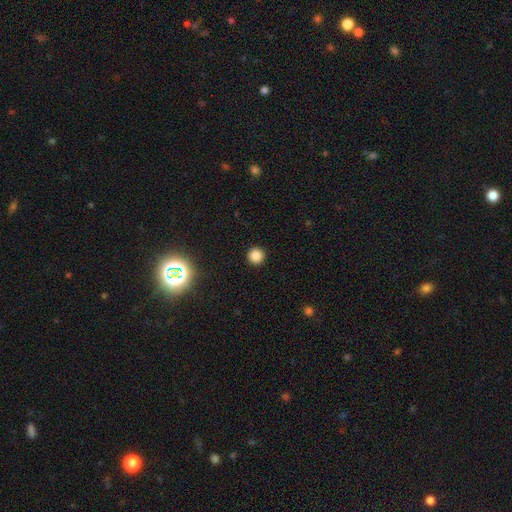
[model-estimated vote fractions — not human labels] smooth-or-featured: smooth: 83% | star or artifact: 13% | featured or disk: 4%
  how-rounded: round: 96% | in between: 3% | cigar-shaped: 1%
  merging: none: 93% | minor disturbance: 4% | major disturbance: 2% | merger: 1%